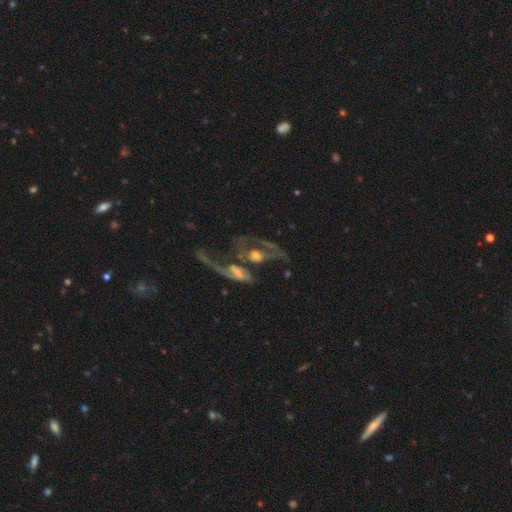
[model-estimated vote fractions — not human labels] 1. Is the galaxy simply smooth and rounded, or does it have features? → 67% featured or disk, 21% smooth, 12% star or artifact.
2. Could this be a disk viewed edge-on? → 91% no, 9% yes.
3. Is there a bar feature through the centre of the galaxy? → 69% no, 22% weak, 9% strong.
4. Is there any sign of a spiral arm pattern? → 57% yes, 43% no.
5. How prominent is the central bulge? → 47% moderate, 24% small, 14% large, 11% none, 3% dominant.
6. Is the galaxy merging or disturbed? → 55% merger, 23% major disturbance, 14% none, 8% minor disturbance.